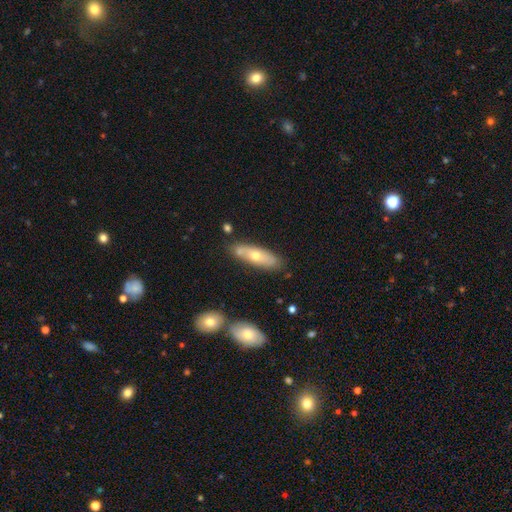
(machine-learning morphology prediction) A smooth galaxy with no disk features (52%) that is in between round and cigar-shaped (49%). Merging: none (74%).